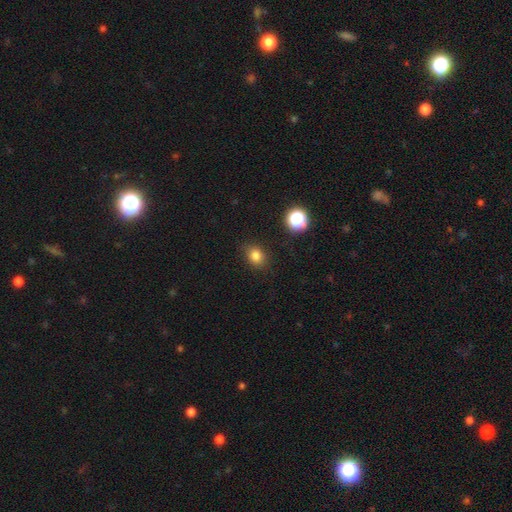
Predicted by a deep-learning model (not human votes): The model was most divided on "how rounded": round: 55%, in between: 44%, cigar-shaped: 1%. More confident: merging — none (84%); smooth or featured — smooth (81%).